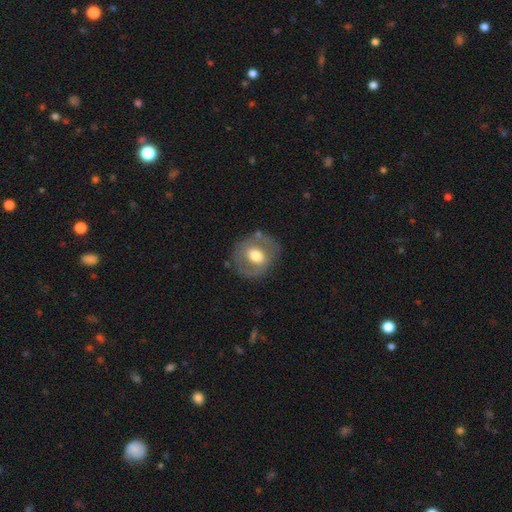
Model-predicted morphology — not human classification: Smooth or featured?
  - smooth: 48% *
  - featured or disk: 45%
  - star or artifact: 7%
Merging?
  - none: 74% *
  - minor disturbance: 16%
  - major disturbance: 7%
  - merger: 3%